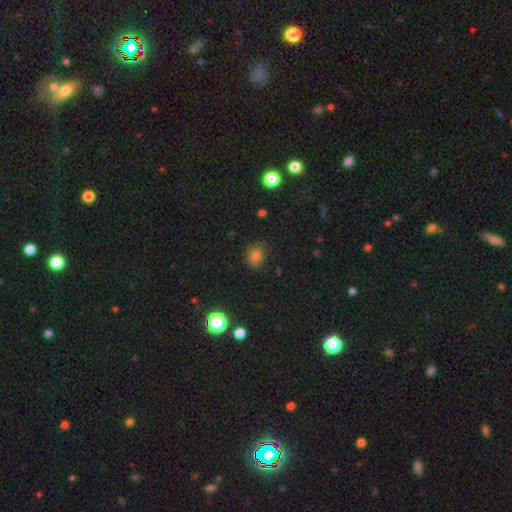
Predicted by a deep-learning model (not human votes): The model was most divided on "how rounded": round: 63%, in between: 36%, cigar-shaped: 1%. More confident: smooth or featured — smooth (77%); merging — none (70%).